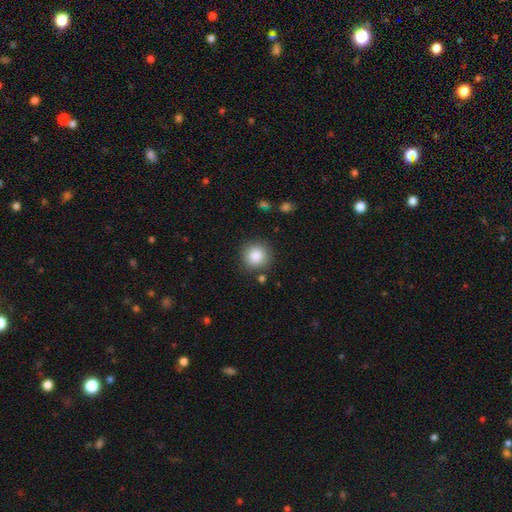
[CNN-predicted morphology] Smooth or featured? smooth (86%)
How rounded? round (92%)
Merging? none (87%)